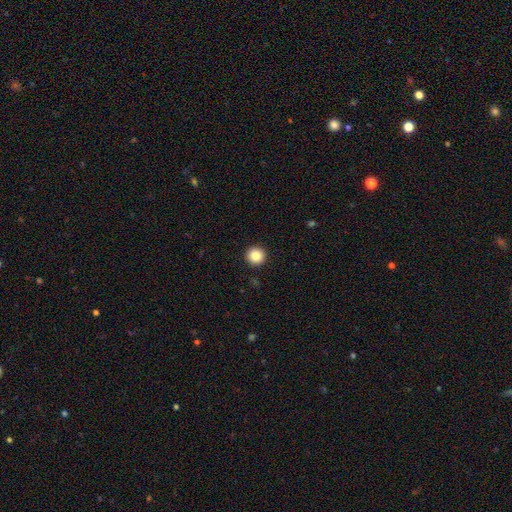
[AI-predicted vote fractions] Smooth or featured? smooth (84%)
How rounded? round (96%)
Merging? none (93%)